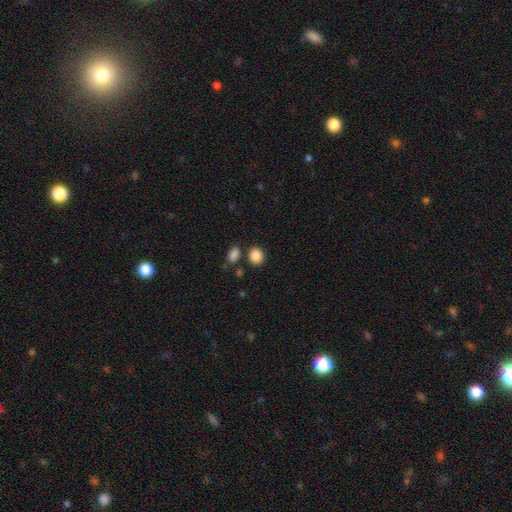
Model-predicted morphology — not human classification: This appears to be a smooth galaxy with no disk features (87%) that is round (73%). Merging: none (77%).